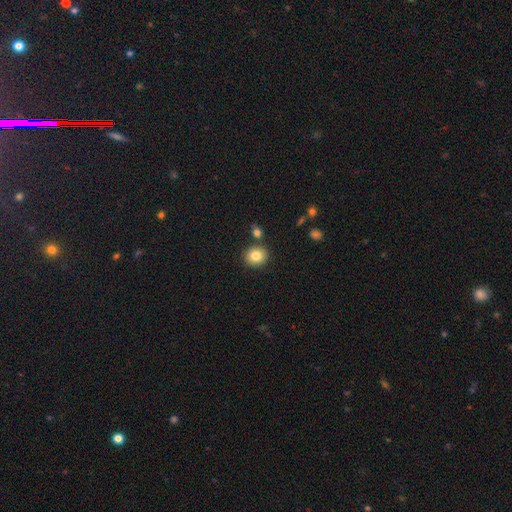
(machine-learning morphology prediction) Smooth or featured? Predicted: smooth (p=0.83). How rounded? Predicted: round (p=0.81). Merging? Predicted: none (p=0.83).